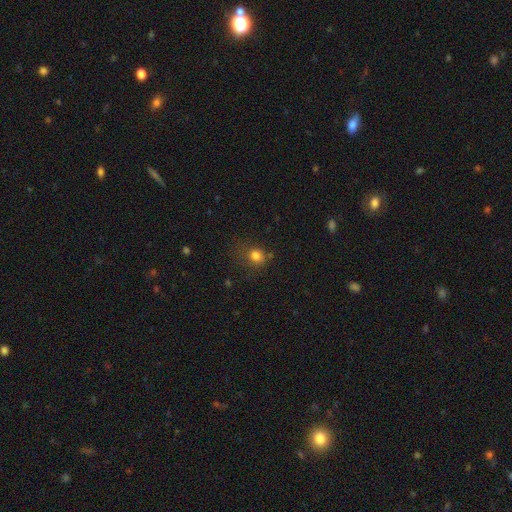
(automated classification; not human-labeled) smooth_or_featured: smooth (p=0.79) [alt: star or artifact p=0.14]
how_rounded: round (p=0.75) [alt: in between p=0.24]
merging: none (p=0.67) [alt: minor disturbance p=0.20]